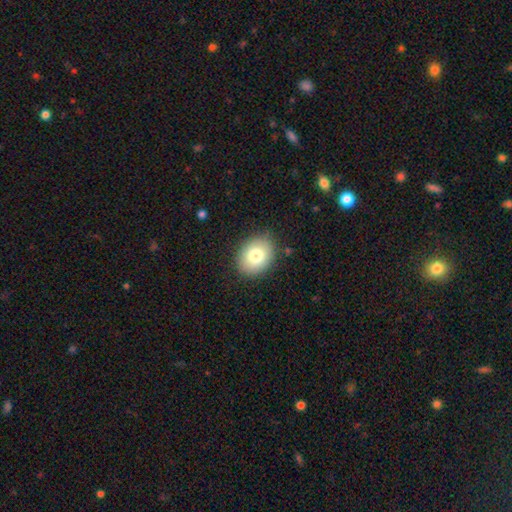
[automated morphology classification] Q: Smooth or featured?
A: smooth (81%); runner-up: featured or disk (11%)
Q: How rounded?
A: in between (57%); runner-up: round (42%)
Q: Merging?
A: none (86%); runner-up: minor disturbance (10%)